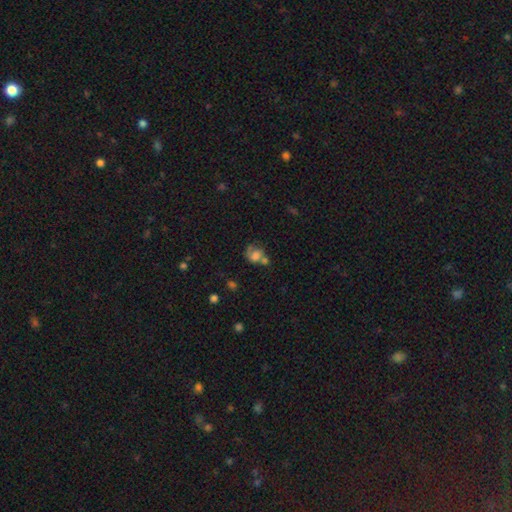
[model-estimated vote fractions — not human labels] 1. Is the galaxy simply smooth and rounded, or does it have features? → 57% smooth, 31% featured or disk, 12% star or artifact.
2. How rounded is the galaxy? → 54% round, 44% in between, 1% cigar-shaped.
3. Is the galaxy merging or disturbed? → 35% merger, 29% none, 19% minor disturbance, 17% major disturbance.